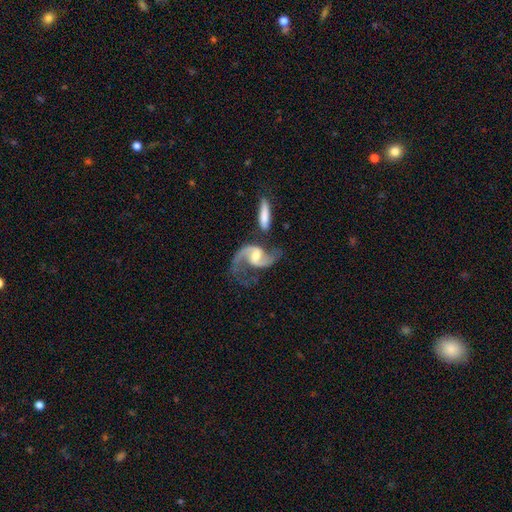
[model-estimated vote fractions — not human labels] This is clearly a featured or disk galaxy (89%). It is clearly not viewed edge-on (96%). Bar: possibly weak (50%). Spiral arm pattern: clearly yes (96%). Spiral arm count: clearly 2 (90%). Spiral winding: possibly loose (56%). Central bulge: possibly moderate (56%). Merging: possibly none (50%).